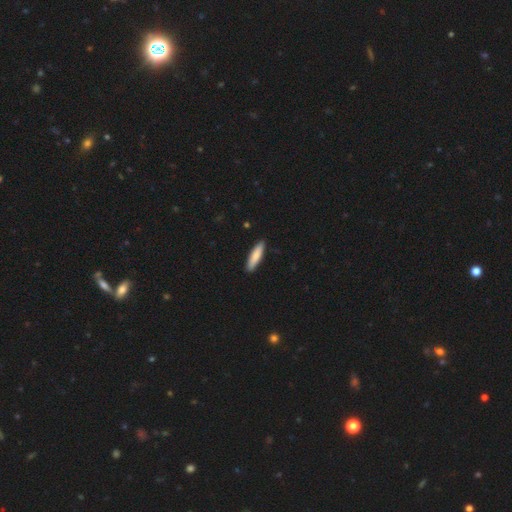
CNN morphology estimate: A smooth galaxy with no disk features (84%) that is cigar-shaped (77%).

Vote fractions:
- Smooth or featured? smooth: 84% / featured or disk: 11% / star or artifact: 5%
- How rounded? cigar-shaped: 77% / in between: 22% / round: 1%
- Merging? none: 90% / minor disturbance: 8% / major disturbance: 1% / merger: 1%